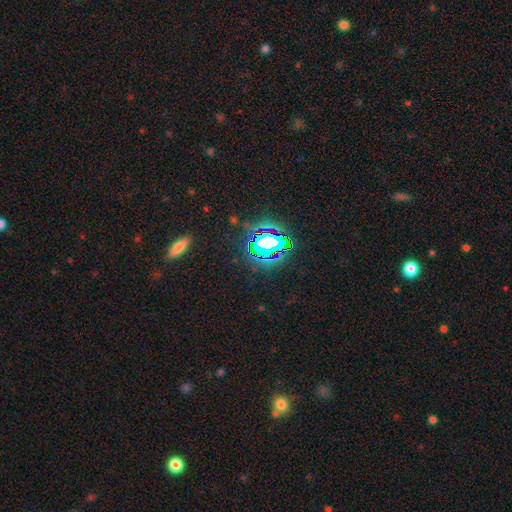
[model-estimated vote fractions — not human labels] Q: Smooth or featured?
A: star or artifact (78%); runner-up: smooth (14%)